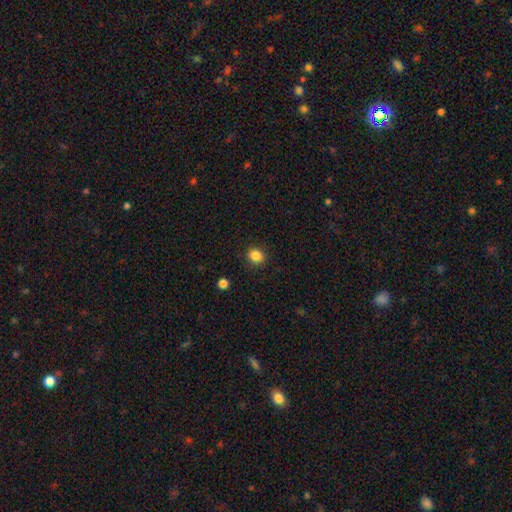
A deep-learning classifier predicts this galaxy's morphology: Smooth or featured? smooth (86%)
How rounded? round (75%)
Merging? none (89%)